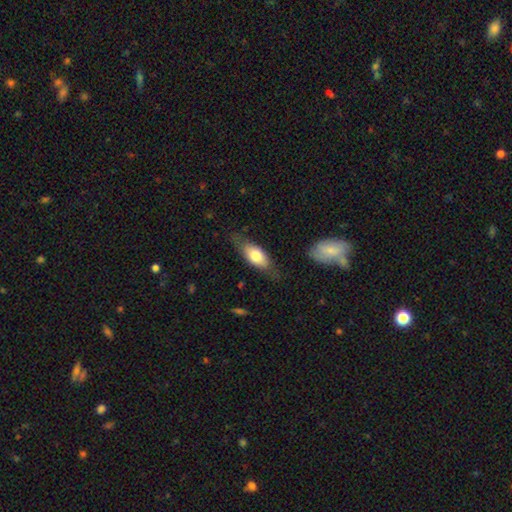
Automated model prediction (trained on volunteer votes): Q: Smooth or featured?
A: smooth (69%); runner-up: featured or disk (25%)
Q: How rounded?
A: in between (76%); runner-up: cigar-shaped (21%)
Q: Merging?
A: none (71%); runner-up: minor disturbance (21%)